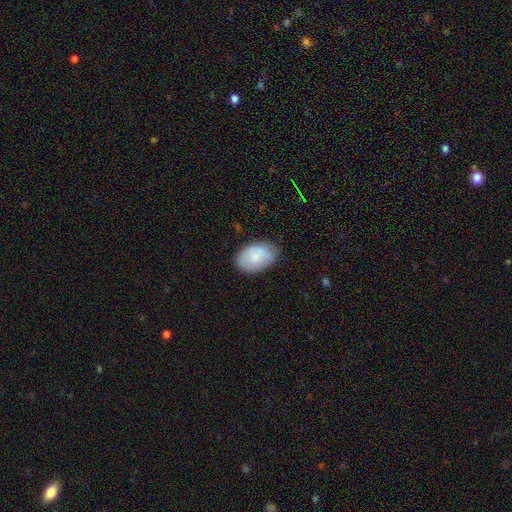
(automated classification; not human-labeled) smooth-or-featured: smooth: 75% | featured or disk: 18% | star or artifact: 6%
  how-rounded: in between: 91% | round: 8% | cigar-shaped: 1%
  merging: none: 68% | minor disturbance: 25% | major disturbance: 5% | merger: 2%